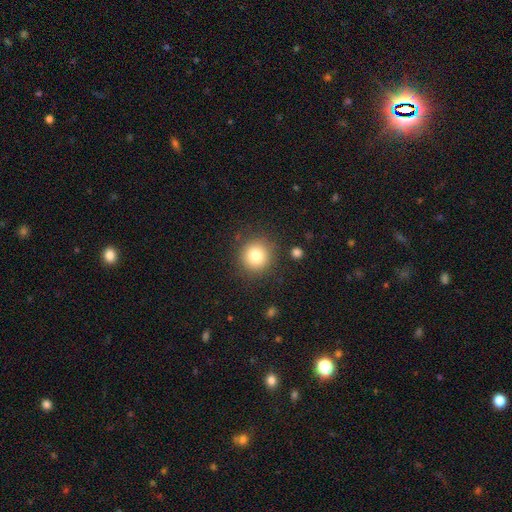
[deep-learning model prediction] A smooth galaxy with no disk features (79%) that is round (93%). Merging: none (87%).